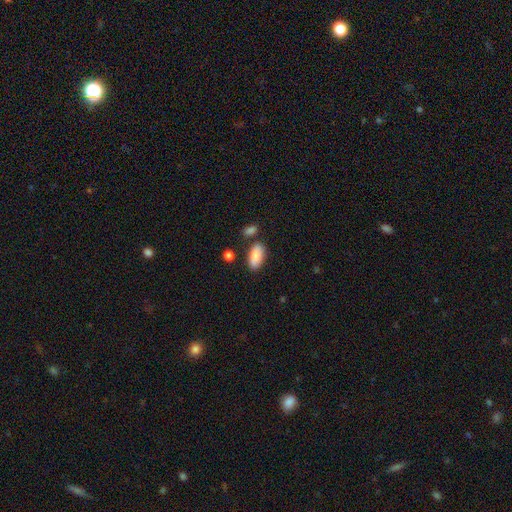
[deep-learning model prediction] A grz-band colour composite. It shows a smooth galaxy with no disk features (87%) that is in between round and cigar-shaped (90%). Merging: none (77%).